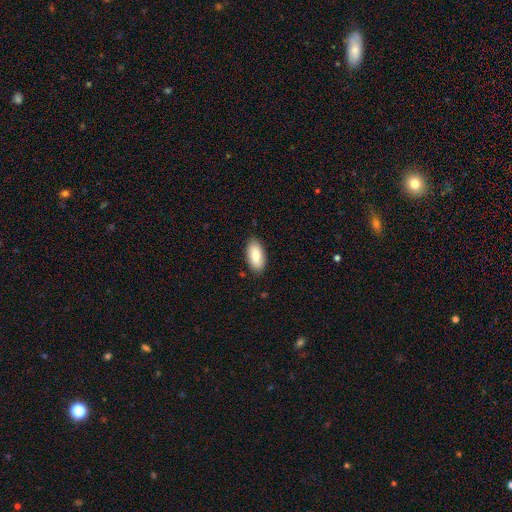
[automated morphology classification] smooth 83%, featured or disk 11%, star or artifact 6%. Down the decision tree: how rounded — in between (93%); merging — none (86%).